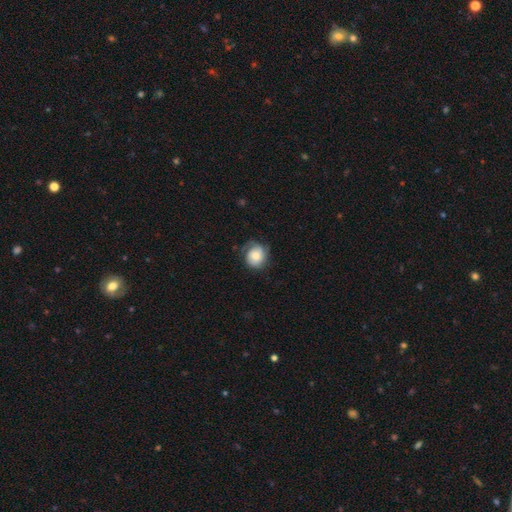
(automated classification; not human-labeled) Smooth or featured: smooth — 59% (featured or disk — 33%)
How rounded: round — 80% (in between — 19%)
Merging: none — 59% (minor disturbance — 27%)